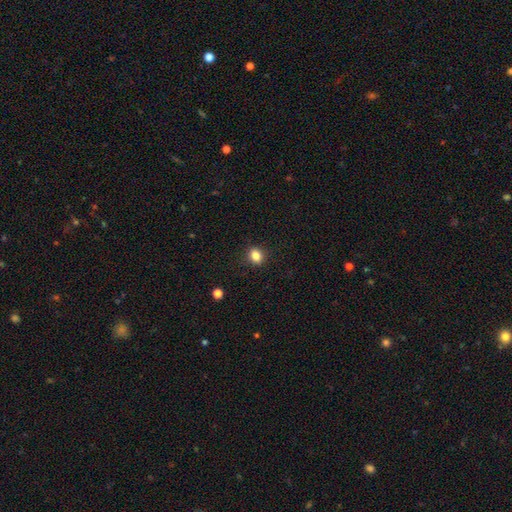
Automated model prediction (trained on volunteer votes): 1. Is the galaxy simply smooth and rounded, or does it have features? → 85% smooth, 11% star or artifact, 5% featured or disk.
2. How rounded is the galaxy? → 51% in between, 47% round, 1% cigar-shaped.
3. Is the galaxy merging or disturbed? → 88% none, 9% minor disturbance, 2% major disturbance, 1% merger.